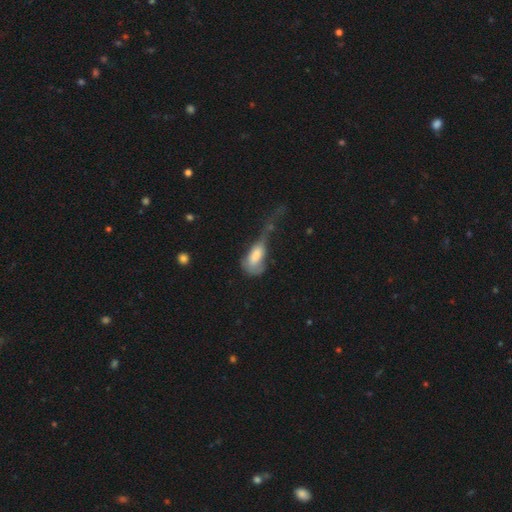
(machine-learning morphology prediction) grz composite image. It shows a smooth galaxy with no disk features (70%) that is in between round and cigar-shaped (87%). Merging: major disturbance (58%).